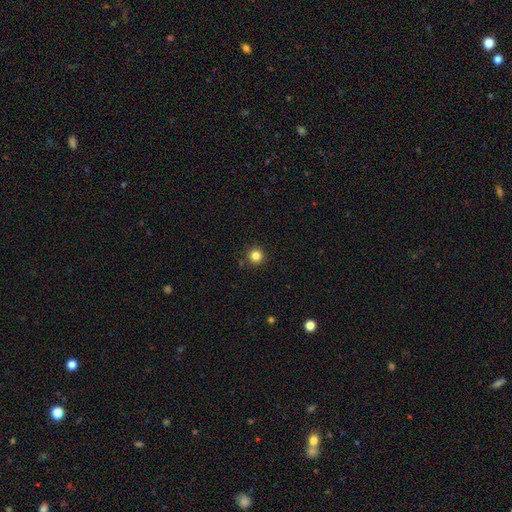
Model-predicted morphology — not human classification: A smooth galaxy with no disk features (83%) that is round (96%).

Vote fractions:
- Smooth or featured? smooth: 83% / star or artifact: 12% / featured or disk: 4%
- How rounded? round: 96% / in between: 3% / cigar-shaped: 1%
- Merging? none: 92% / minor disturbance: 5% / merger: 2% / major disturbance: 2%